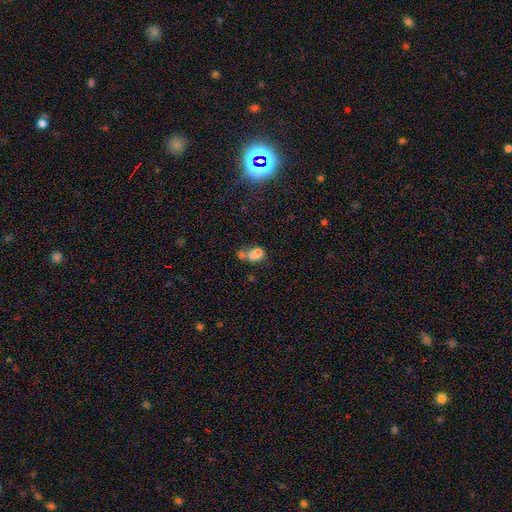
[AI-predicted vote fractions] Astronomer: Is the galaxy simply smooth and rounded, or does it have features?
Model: smooth — 68%.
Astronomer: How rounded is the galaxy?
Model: in between — 72%.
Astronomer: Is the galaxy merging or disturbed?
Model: merger — 49%.